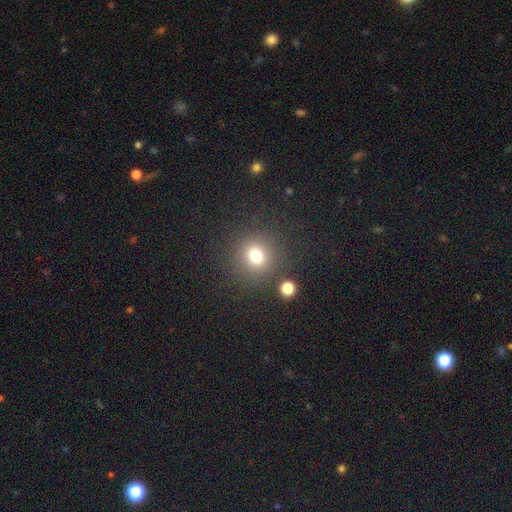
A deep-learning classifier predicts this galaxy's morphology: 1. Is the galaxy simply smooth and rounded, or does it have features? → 74% smooth, 17% star or artifact, 8% featured or disk.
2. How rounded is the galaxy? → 84% round, 15% in between, 1% cigar-shaped.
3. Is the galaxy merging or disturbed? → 83% none, 8% minor disturbance, 5% merger, 4% major disturbance.